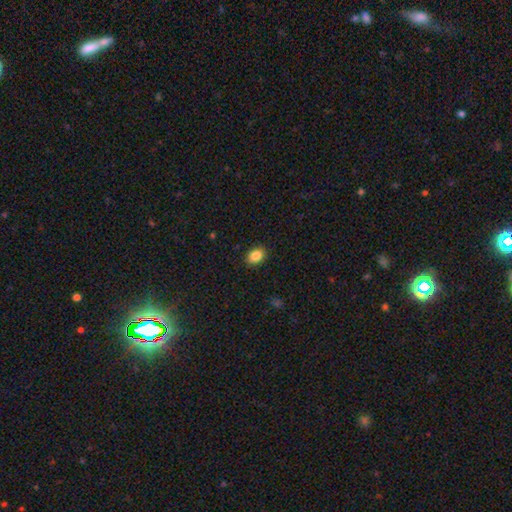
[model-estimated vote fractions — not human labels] Morphology: type=smooth (88%); roundness=in between (76%); merging=none (89%).